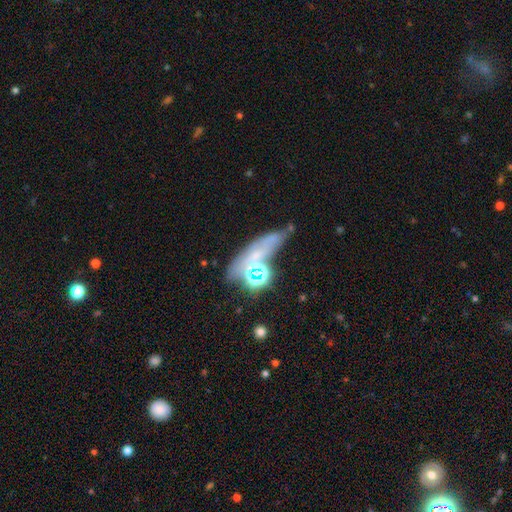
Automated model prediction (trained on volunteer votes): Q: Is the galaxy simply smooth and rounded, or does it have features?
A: star or artifact — 36%.